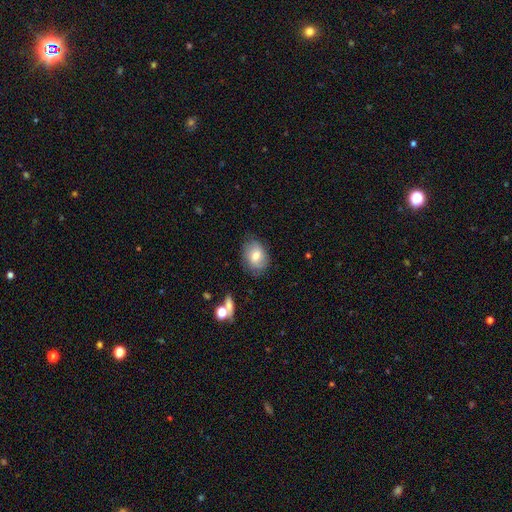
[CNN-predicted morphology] smooth_or_featured: smooth (p=0.68) [alt: featured or disk p=0.23]
how_rounded: in between (p=0.68) [alt: round p=0.31]
merging: none (p=0.75) [alt: minor disturbance p=0.19]